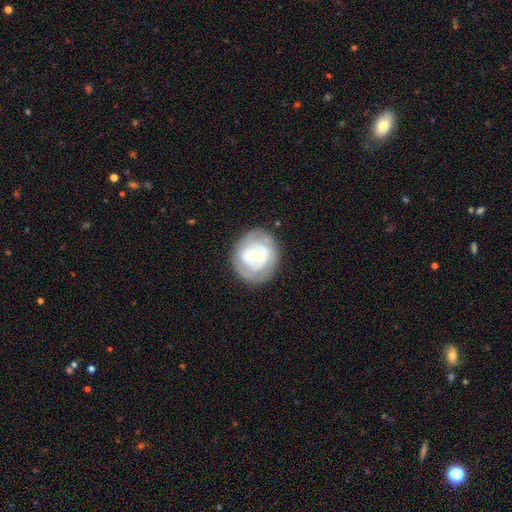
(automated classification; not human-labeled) A featured or disk galaxy (67%) with a weak bar (41%, tied with no), spiral arms (56%) and a moderate central bulge (59%). Merging: none (77%).